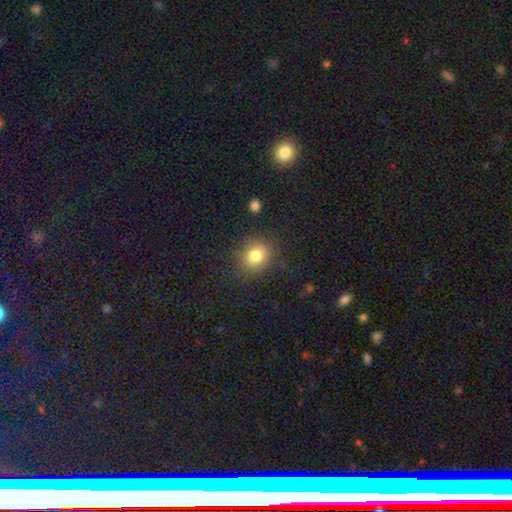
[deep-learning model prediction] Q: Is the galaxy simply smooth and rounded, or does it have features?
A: smooth — 79%.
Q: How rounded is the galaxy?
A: round — 68%.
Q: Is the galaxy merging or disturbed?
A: none — 83%.